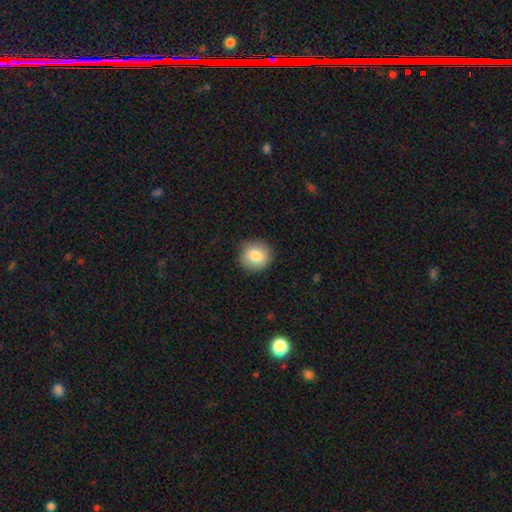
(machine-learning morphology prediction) Smooth or featured? smooth (83%)
How rounded? round (92%)
Merging? none (86%)